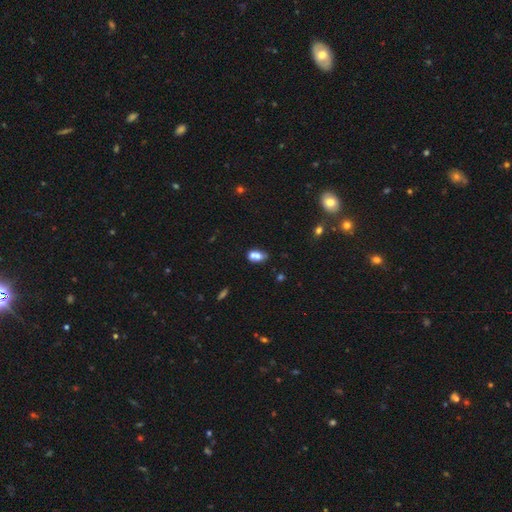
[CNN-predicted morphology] A smooth galaxy with no disk features (72%) that is in between round and cigar-shaped (76%). Merging: merger (48%).